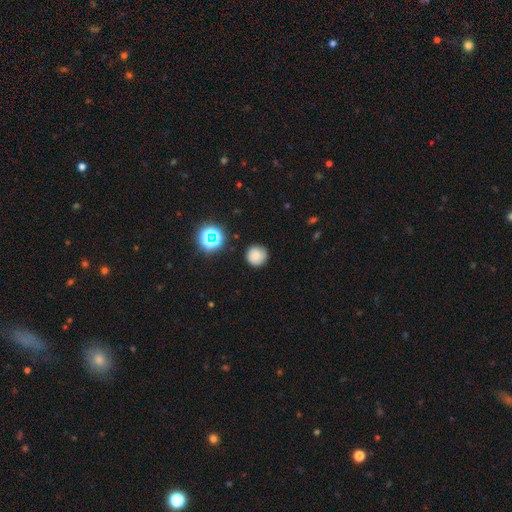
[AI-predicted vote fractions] Smooth or featured? Predicted: smooth (p=0.77). How rounded? Predicted: round (p=0.94). Merging? Predicted: none (p=0.86).